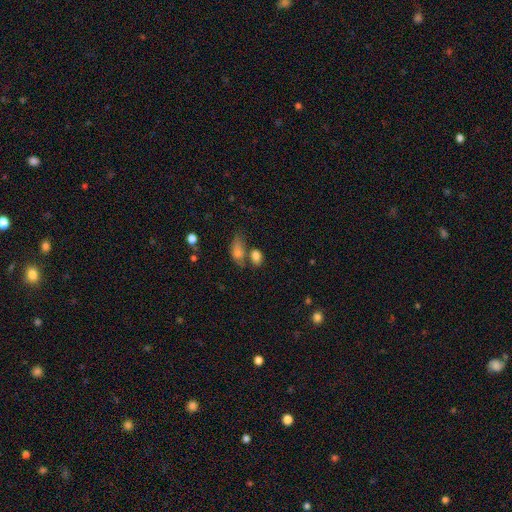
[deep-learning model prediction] smooth_or_featured: smooth (p=0.80) [alt: star or artifact p=0.11]
how_rounded: in between (p=0.78) [alt: round p=0.18]
merging: none (p=0.49) [alt: merger p=0.31]